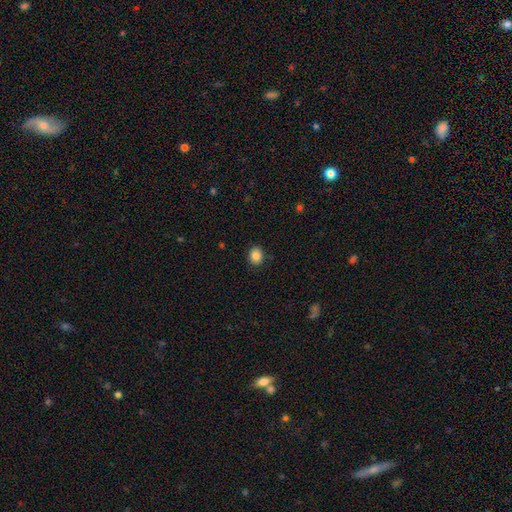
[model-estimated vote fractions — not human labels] smooth 86%, star or artifact 9%, featured or disk 5%. Down the decision tree: how rounded — round (62%); merging — none (88%).